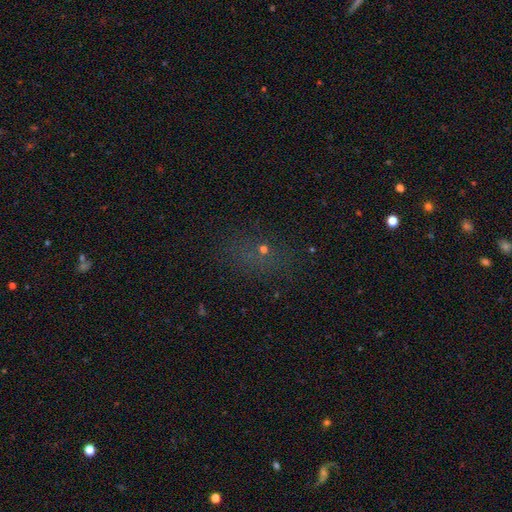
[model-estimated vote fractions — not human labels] Q: Smooth or featured?
A: star or artifact (47%); runner-up: smooth (39%)